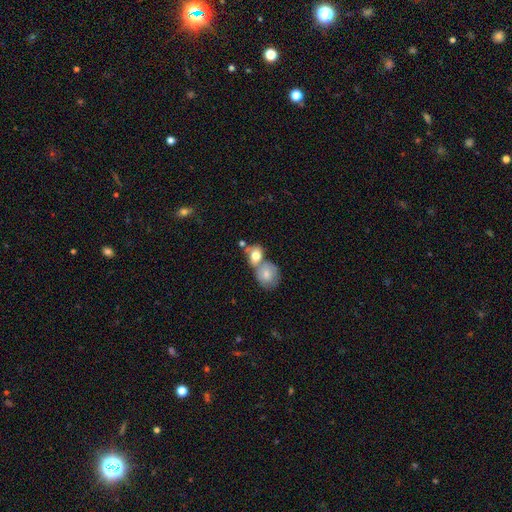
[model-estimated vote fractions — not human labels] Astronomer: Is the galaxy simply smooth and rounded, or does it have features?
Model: smooth — 74%.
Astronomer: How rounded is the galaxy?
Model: round — 55% (runner-up: in between, 43%).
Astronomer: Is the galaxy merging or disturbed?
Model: merger — 58%.